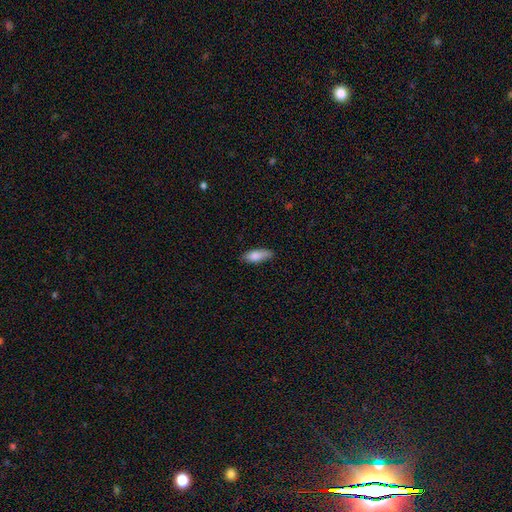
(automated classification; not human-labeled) The model was most divided on "how rounded": in between: 68%, cigar-shaped: 30%, round: 2%. More confident: smooth or featured — smooth (81%); merging — none (72%).